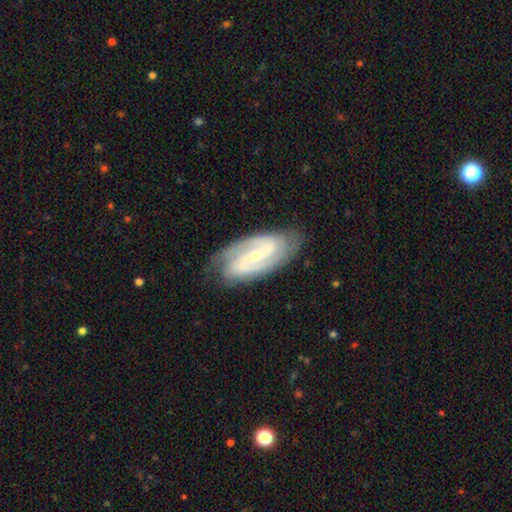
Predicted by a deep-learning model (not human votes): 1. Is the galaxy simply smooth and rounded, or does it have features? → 88% featured or disk, 7% smooth, 5% star or artifact.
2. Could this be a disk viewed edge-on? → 95% no, 5% yes.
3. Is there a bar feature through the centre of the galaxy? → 43% weak, 32% strong, 25% no.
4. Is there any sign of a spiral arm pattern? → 97% yes, 3% no.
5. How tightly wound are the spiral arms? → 48% medium, 37% tight, 15% loose.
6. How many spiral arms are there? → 86% 2, 5% can't tell, 5% 3, 2% 1, 2% 4, 1% more than 4.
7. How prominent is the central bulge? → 75% small, 20% moderate, 3% none, 1% large, 1% dominant.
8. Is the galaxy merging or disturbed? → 81% none, 14% minor disturbance, 3% major disturbance, 1% merger.